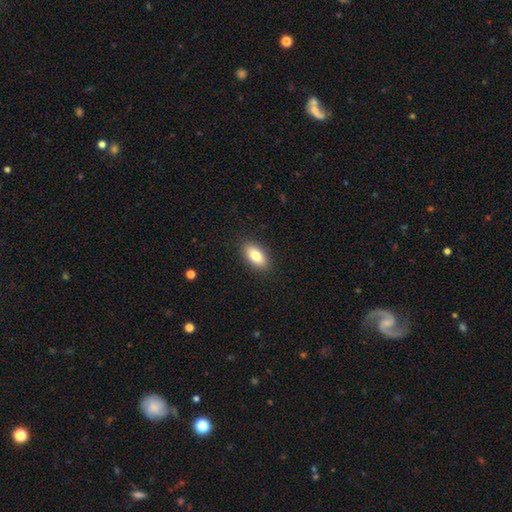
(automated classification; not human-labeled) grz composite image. It shows a smooth galaxy with no disk features (81%) that is in between round and cigar-shaped (90%). Merging: none (89%).